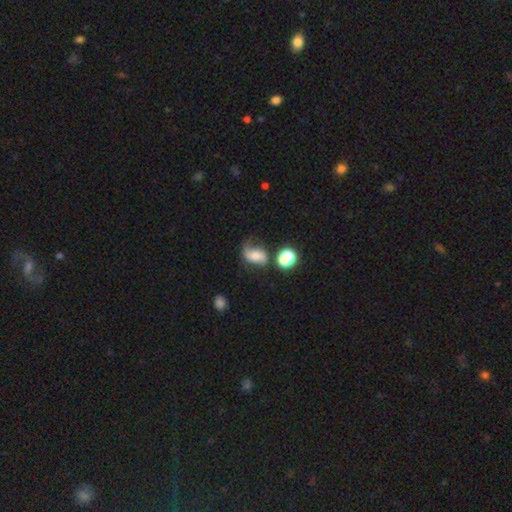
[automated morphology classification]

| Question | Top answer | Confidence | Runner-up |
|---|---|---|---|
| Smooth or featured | featured or disk | 47% | smooth (39%) |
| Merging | none | 45% | minor disturbance (27%) |